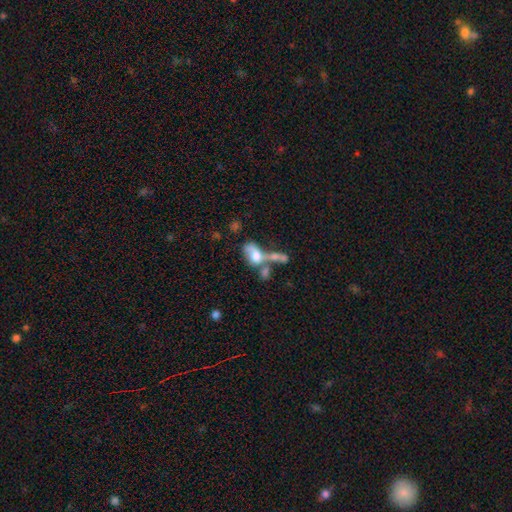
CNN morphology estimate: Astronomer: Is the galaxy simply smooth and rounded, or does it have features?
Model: smooth — 55% (runner-up: featured or disk, 34%).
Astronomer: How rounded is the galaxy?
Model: in between — 76%.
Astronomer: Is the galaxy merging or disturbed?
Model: merger — 61%.